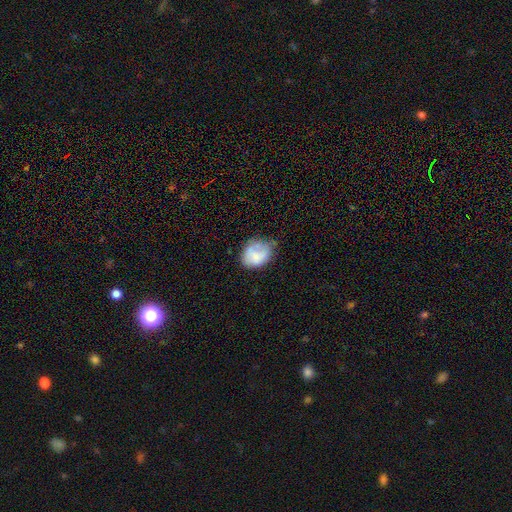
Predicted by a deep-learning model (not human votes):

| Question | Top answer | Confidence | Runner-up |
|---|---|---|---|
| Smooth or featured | smooth | 68% | featured or disk (24%) |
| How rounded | in between | 62% | round (37%) |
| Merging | none | 42% | minor disturbance (36%) |